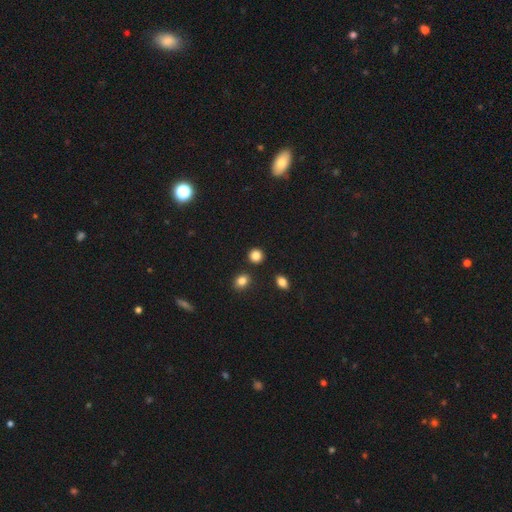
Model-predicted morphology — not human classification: smooth 85%, star or artifact 11%, featured or disk 4%. Down the decision tree: how rounded — round (86%); merging — none (87%).